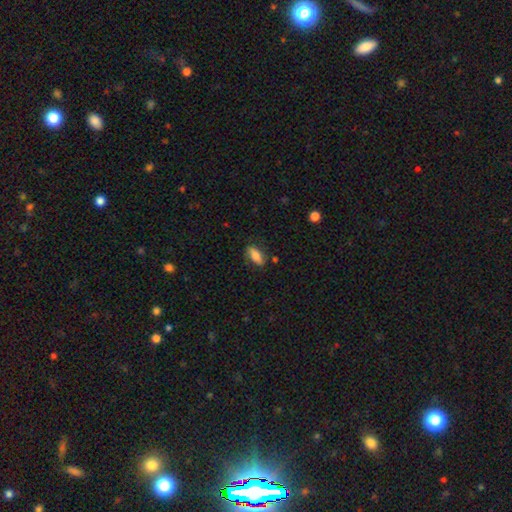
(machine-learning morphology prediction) smooth 70%, featured or disk 23%, star or artifact 7%. Down the decision tree: how rounded — in between (80%); merging — none (75%).